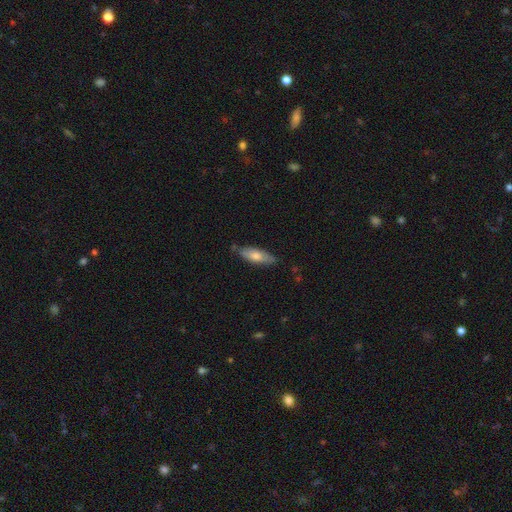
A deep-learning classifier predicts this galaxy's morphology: smooth_or_featured: smooth (p=0.65) [alt: featured or disk p=0.29]
how_rounded: in between (p=0.52) [alt: cigar-shaped p=0.46]
merging: none (p=0.77) [alt: minor disturbance p=0.17]